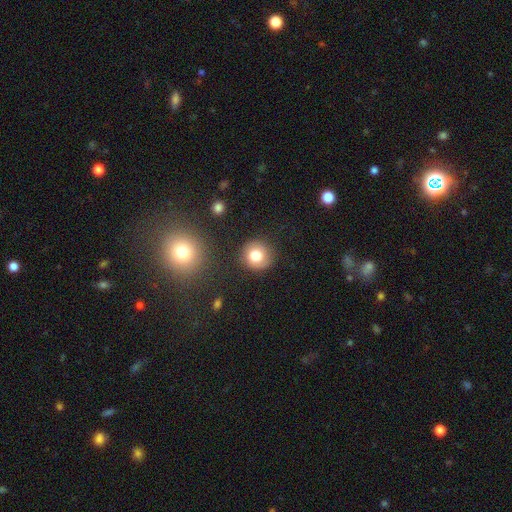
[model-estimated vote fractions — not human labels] smooth_or_featured: smooth (p=0.76) [alt: featured or disk p=0.13]
how_rounded: round (p=0.92) [alt: in between p=0.07]
merging: none (p=0.86) [alt: minor disturbance p=0.09]